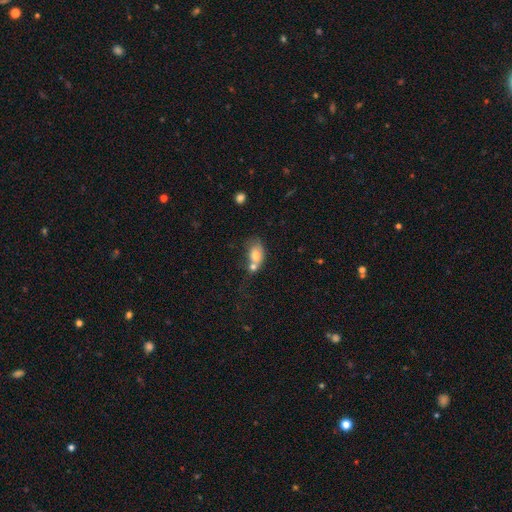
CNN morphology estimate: Smooth or featured?
  - smooth: 72% *
  - featured or disk: 19%
  - star or artifact: 9%
How rounded?
  - in between: 74% *
  - round: 24%
  - cigar-shaped: 2%
Merging?
  - merger: 59% *
  - none: 22%
  - minor disturbance: 11%
  - major disturbance: 7%